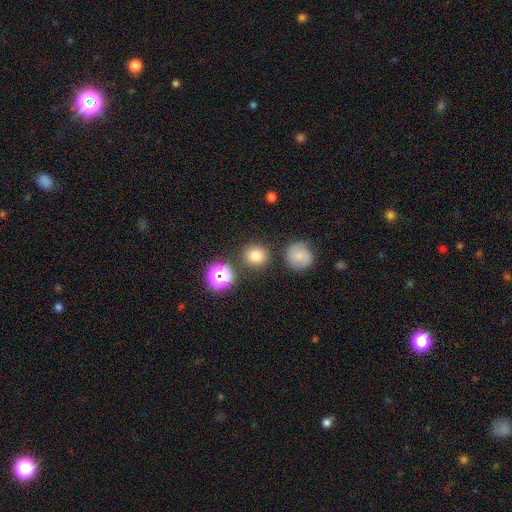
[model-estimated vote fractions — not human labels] Overall: smooth (79%). How rounded: round (90%). Merging: none (84%).